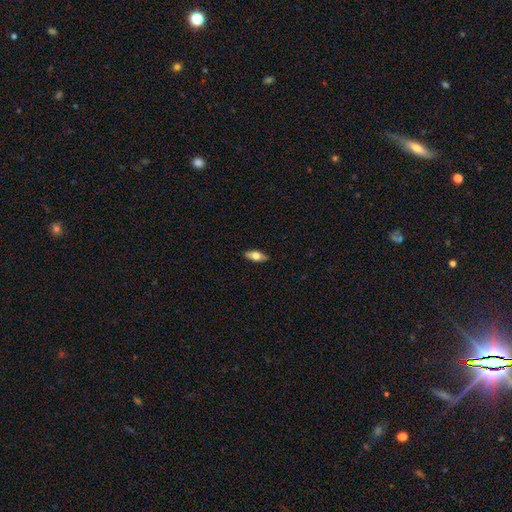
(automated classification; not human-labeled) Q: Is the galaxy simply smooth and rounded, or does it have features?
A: smooth — 61%.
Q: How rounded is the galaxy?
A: in between — 76%.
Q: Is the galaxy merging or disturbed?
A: none — 88%.